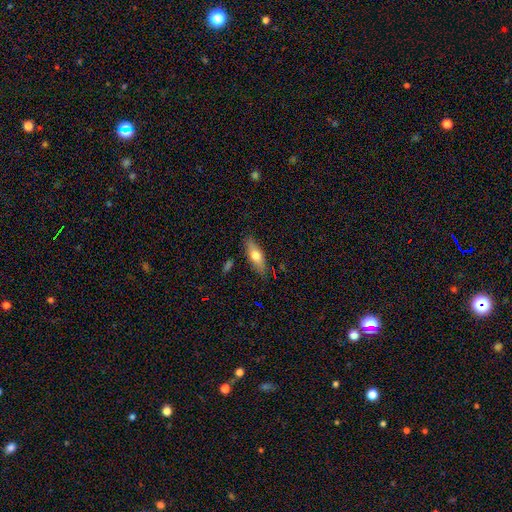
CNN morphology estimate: smooth 65%, featured or disk 28%, star or artifact 6%. Down the decision tree: how rounded — in between (58%); merging — none (84%).